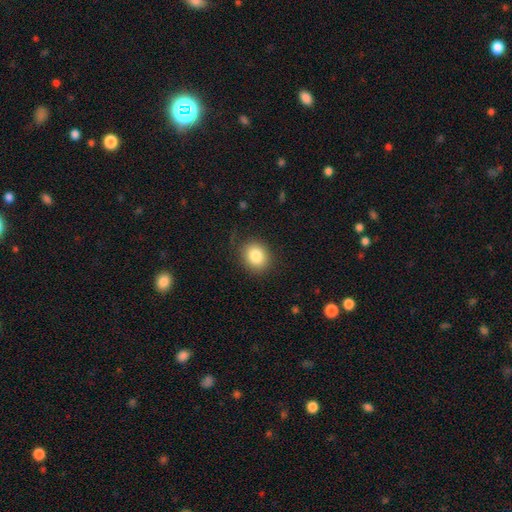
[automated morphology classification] smooth 84%, star or artifact 9%, featured or disk 7%. Down the decision tree: how rounded — round (67%); merging — none (83%).